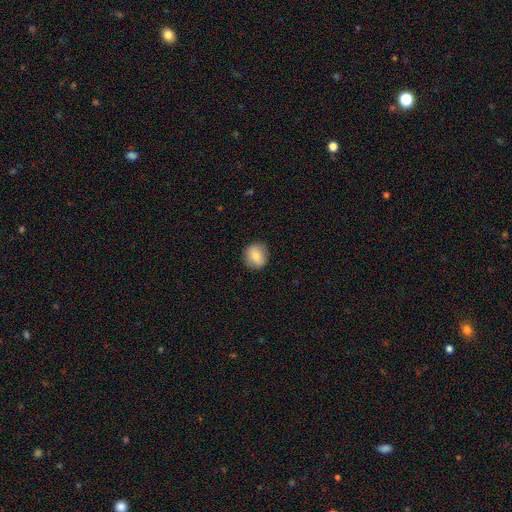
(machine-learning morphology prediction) Q: Smooth or featured?
A: smooth (76%); runner-up: featured or disk (16%)
Q: How rounded?
A: round (87%); runner-up: in between (12%)
Q: Merging?
A: none (88%); runner-up: minor disturbance (9%)